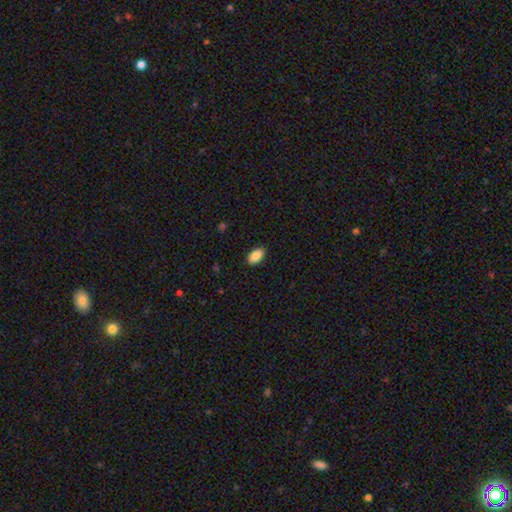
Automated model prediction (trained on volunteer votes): This appears to be a smooth galaxy with no disk features (88%) that is in between round and cigar-shaped (94%). Merging: none (88%).